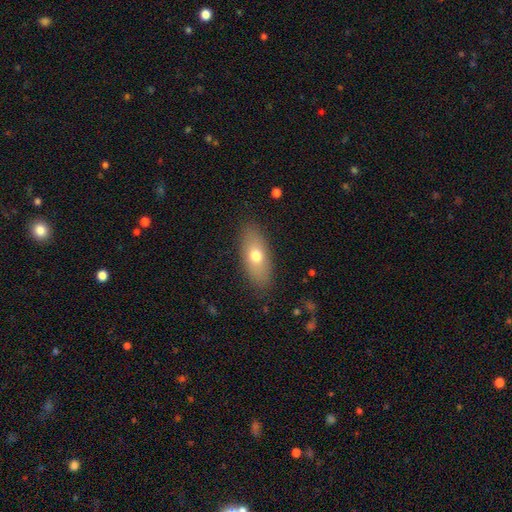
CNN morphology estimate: A smooth galaxy with no disk features (66%) that is in between round and cigar-shaped (79%). Merging: none (87%).